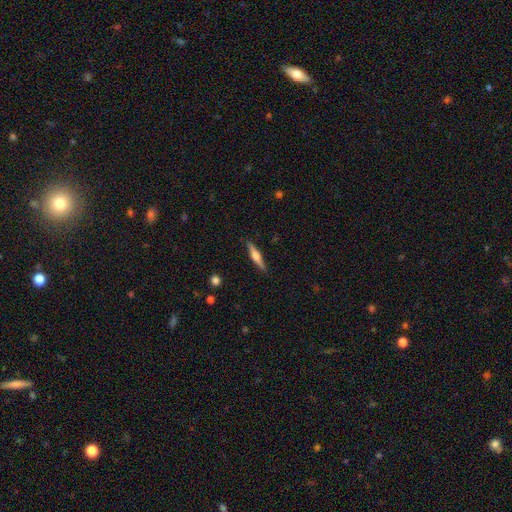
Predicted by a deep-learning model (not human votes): Q: Smooth or featured?
A: featured or disk (58%); runner-up: smooth (37%)
Q: Edge-on disk?
A: yes (97%); runner-up: no (3%)
Q: Edge-on bulge?
A: rounded (87%); runner-up: boxy (8%)
Q: Merging?
A: none (89%); runner-up: minor disturbance (8%)